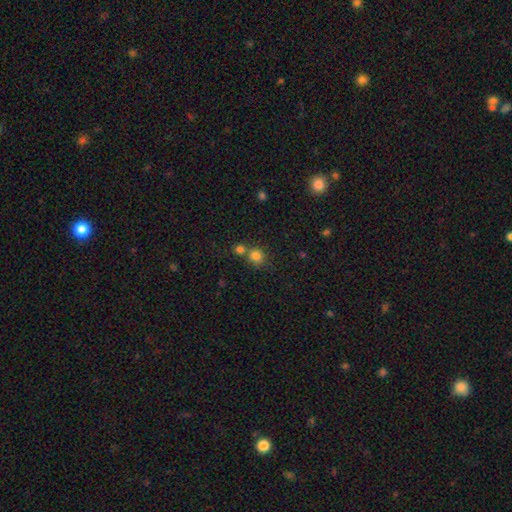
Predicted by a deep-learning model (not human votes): A smooth galaxy with no disk features (80%) that is round (86%).

Vote fractions:
- Smooth or featured? smooth: 80% / star or artifact: 13% / featured or disk: 7%
- How rounded? round: 86% / in between: 13% / cigar-shaped: 1%
- Merging? none: 56% / merger: 33% / minor disturbance: 8% / major disturbance: 3%